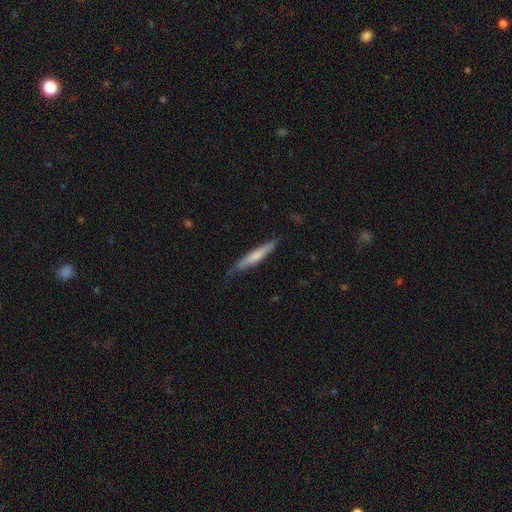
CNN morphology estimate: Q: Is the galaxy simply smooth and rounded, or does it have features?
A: smooth — 60%.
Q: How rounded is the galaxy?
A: cigar-shaped — 94%.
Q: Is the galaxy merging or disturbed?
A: none — 77%.